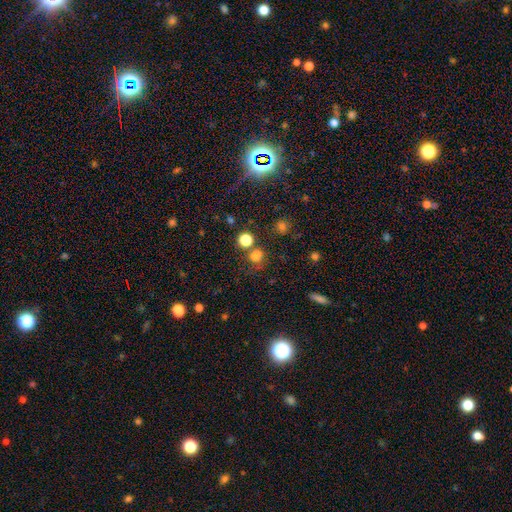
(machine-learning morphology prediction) smooth_or_featured: smooth (p=0.70) [alt: star or artifact p=0.22]
how_rounded: round (p=0.79) [alt: in between p=0.19]
merging: none (p=0.59) [alt: merger p=0.22]